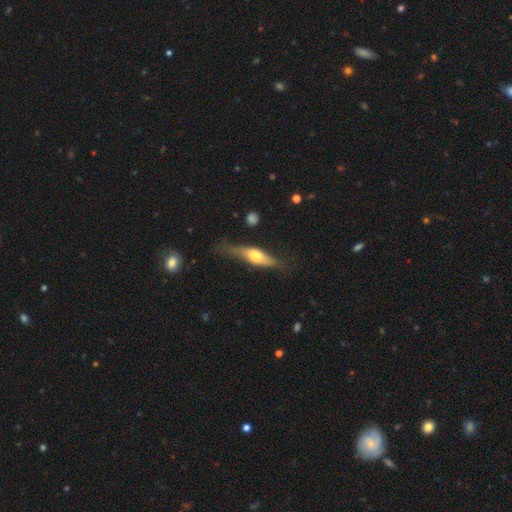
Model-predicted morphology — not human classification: The model was most divided on "smooth or featured": featured or disk: 50%, smooth: 44%, star or artifact: 6%. More confident: edge-on disk — yes (81%); merging — none (56%).